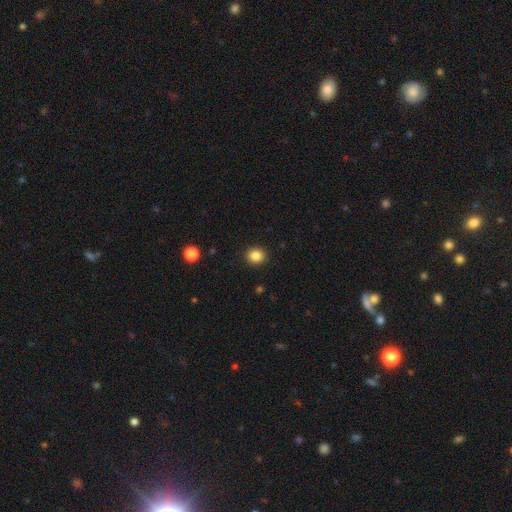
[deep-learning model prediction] Smooth or featured? Predicted: smooth (p=0.85). How rounded? Predicted: round (p=0.85). Merging? Predicted: none (p=0.92).